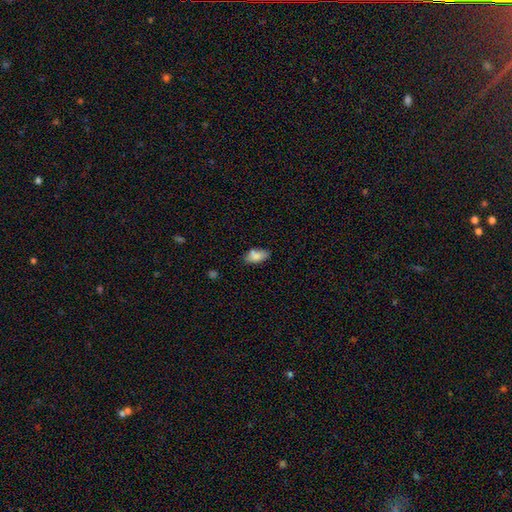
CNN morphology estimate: The model was most divided on "merging": none: 62%, minor disturbance: 25%, merger: 7%, major disturbance: 6%. More confident: how rounded — in between (90%); smooth or featured — smooth (82%).